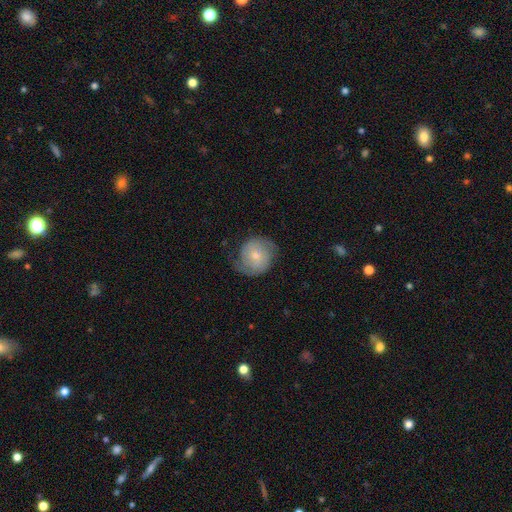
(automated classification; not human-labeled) smooth-or-featured: featured or disk: 62% | smooth: 32% | star or artifact: 7%
  disk-edge-on: no: 97% | yes: 3%
    bar: no: 68% | weak: 27% | strong: 5%
    has-spiral-arms: yes: 89% | no: 11%
      spiral-winding: tight: 44% | medium: 37% | loose: 19%
      spiral-arm-count: 2: 73% | can't tell: 15% | 1: 5% | 3: 4% | 4: 2% | more than 4: 2%
    bulge-size: small: 64% | moderate: 31% | none: 2% | large: 2% | dominant: 1%
  merging: none: 67% | minor disturbance: 21% | major disturbance: 10% | merger: 1%